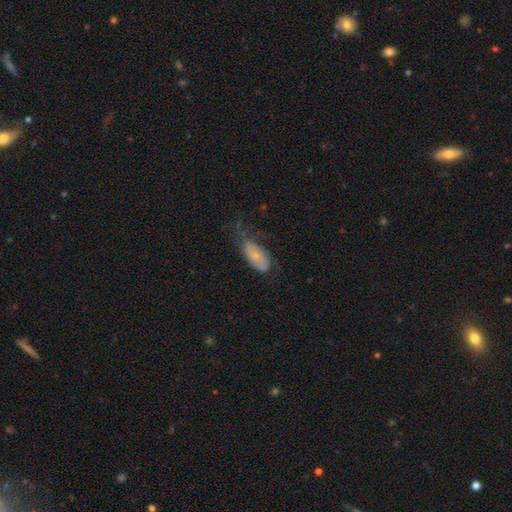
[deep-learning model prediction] A smooth galaxy with no disk features (55%) that is in between round and cigar-shaped (87%).

Vote fractions:
- Smooth or featured? smooth: 55% / featured or disk: 37% / star or artifact: 8%
- How rounded? in between: 87% / cigar-shaped: 9% / round: 3%
- Merging? minor disturbance: 37% / none: 31% / major disturbance: 30% / merger: 2%